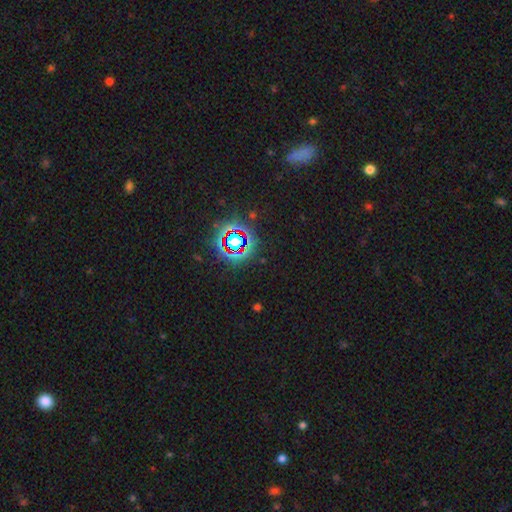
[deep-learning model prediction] Smooth or featured?
  - star or artifact: 77% *
  - smooth: 14%
  - featured or disk: 9%